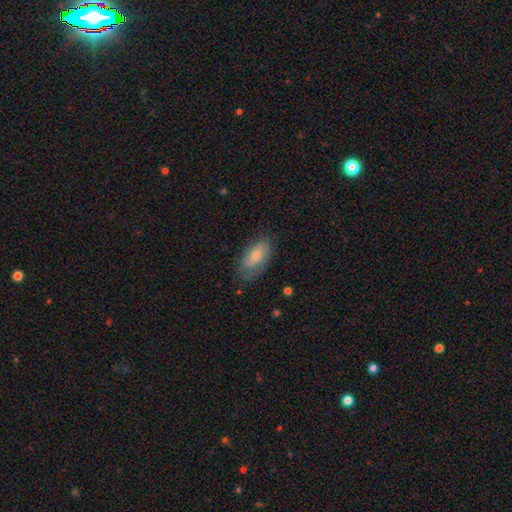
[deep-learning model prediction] This is likely a smooth galaxy (64%). How rounded: clearly in between (91%). Merging: likely none (63%).